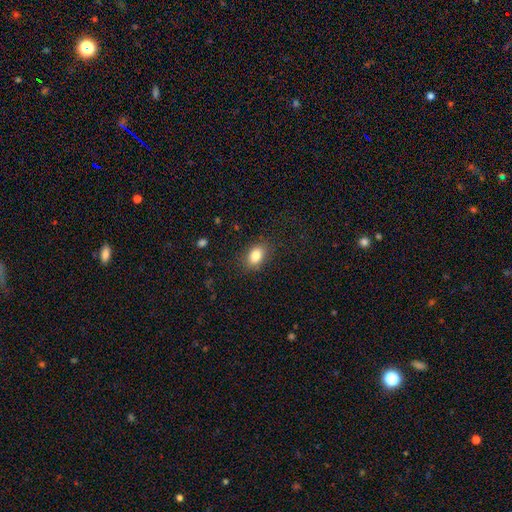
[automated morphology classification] Overall: smooth (85%). How rounded: in between (81%). Merging: none (84%).